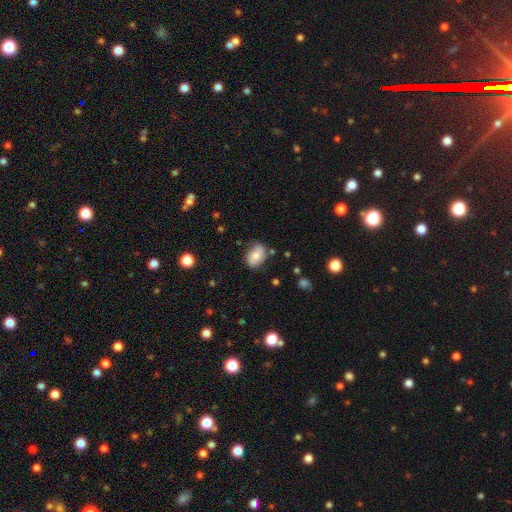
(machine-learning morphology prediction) Overall: smooth (69%). How rounded: in between (74%). Merging: none (74%).